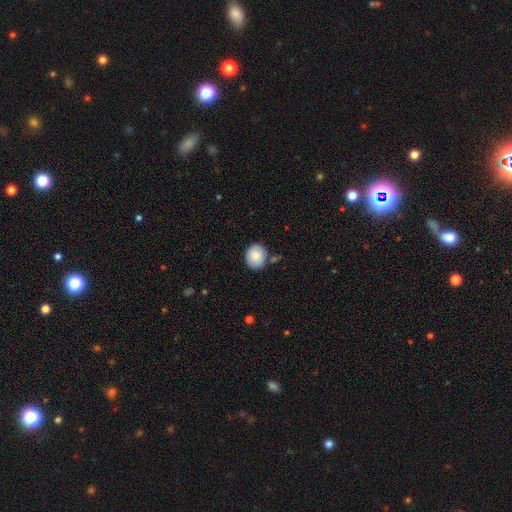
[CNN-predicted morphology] Q: Smooth or featured?
A: smooth (83%); runner-up: featured or disk (10%)
Q: How rounded?
A: round (62%); runner-up: in between (37%)
Q: Merging?
A: none (76%); runner-up: minor disturbance (14%)